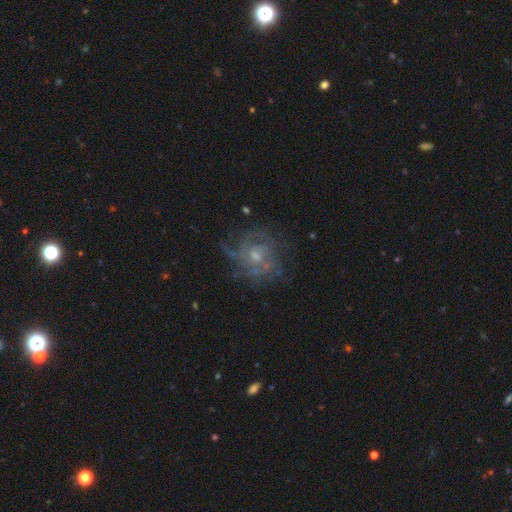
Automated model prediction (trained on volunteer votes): Morphology: type=featured or disk (77%); edge-on=no (98%); bar=no (73%); spiral arms=yes (87%); winding=tight (48%); arm count=can't tell (40%); bulge=small (53%); merging=none (64%).